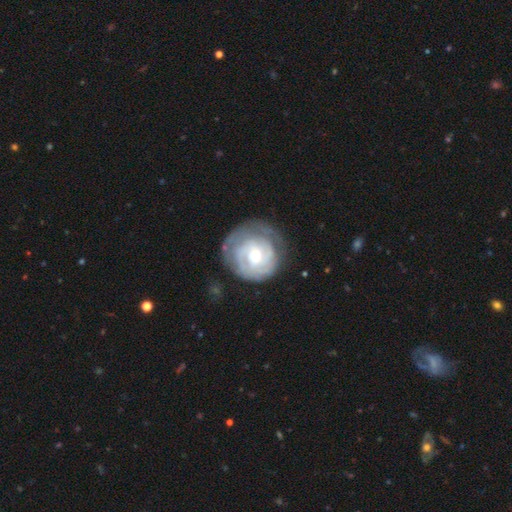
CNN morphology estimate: smooth-or-featured: featured or disk: 75% | smooth: 19% | star or artifact: 6%
  disk-edge-on: no: 97% | yes: 3%
    bar: no: 66% | weak: 28% | strong: 6%
    has-spiral-arms: yes: 85% | no: 15%
      spiral-winding: tight: 71% | medium: 22% | loose: 8%
      spiral-arm-count: can't tell: 47% | 2: 25% | 3: 13% | 1: 7% | 4: 6% | more than 4: 4%
    bulge-size: small: 51% | moderate: 44% | large: 3% | none: 1% | dominant: 1%
  merging: none: 62% | minor disturbance: 23% | major disturbance: 14% | merger: 2%